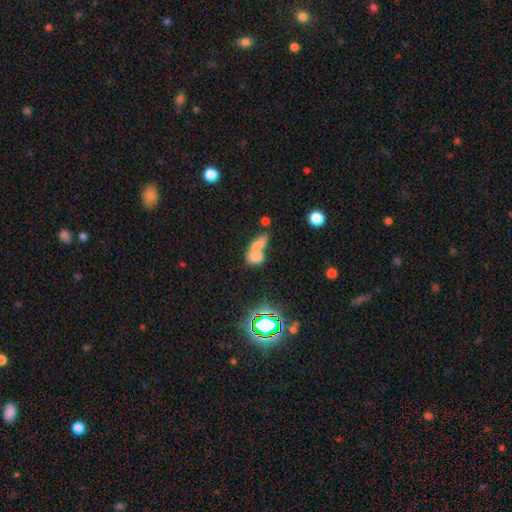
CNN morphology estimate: Overall: smooth (70%). How rounded: in between (75%). Merging: merger (71%).